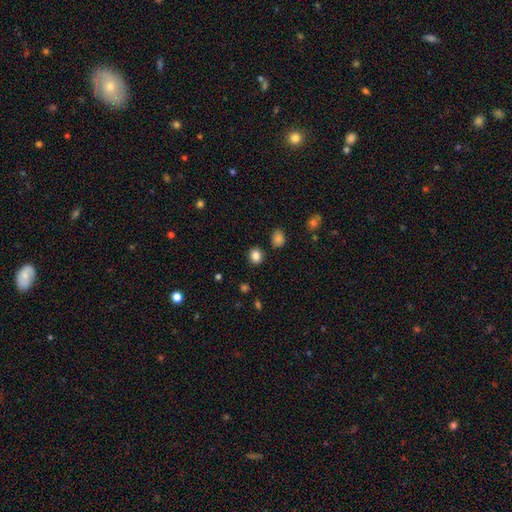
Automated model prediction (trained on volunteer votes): smooth 85%, star or artifact 11%, featured or disk 4%. Down the decision tree: how rounded — round (69%); merging — none (85%).